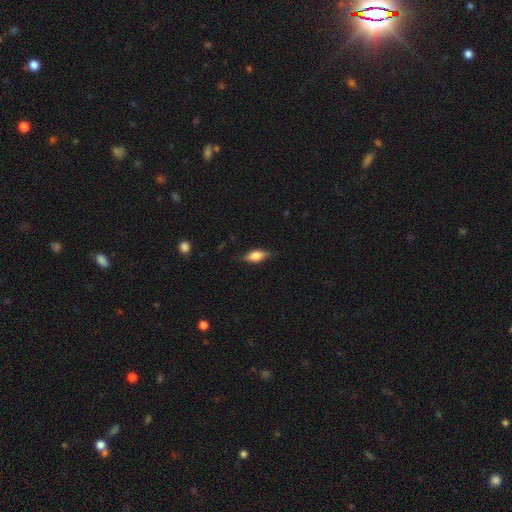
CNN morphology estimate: A smooth galaxy with no disk features (62%) that is in between round and cigar-shaped (73%).

Vote fractions:
- Smooth or featured? smooth: 62% / featured or disk: 31% / star or artifact: 8%
- How rounded? in between: 73% / cigar-shaped: 23% / round: 4%
- Merging? none: 78% / minor disturbance: 17% / major disturbance: 4% / merger: 1%